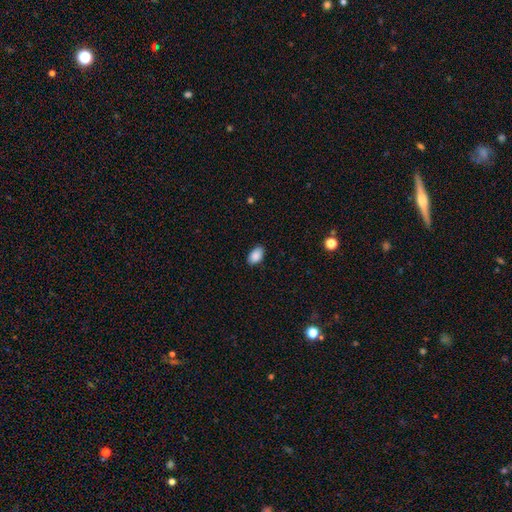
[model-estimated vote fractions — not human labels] Morphology: type=smooth (89%); roundness=in between (92%); merging=none (87%).